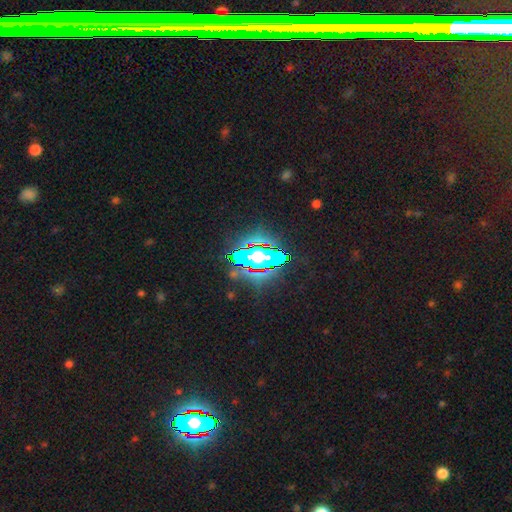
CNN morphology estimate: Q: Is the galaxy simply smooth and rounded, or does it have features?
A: star or artifact — 70%.